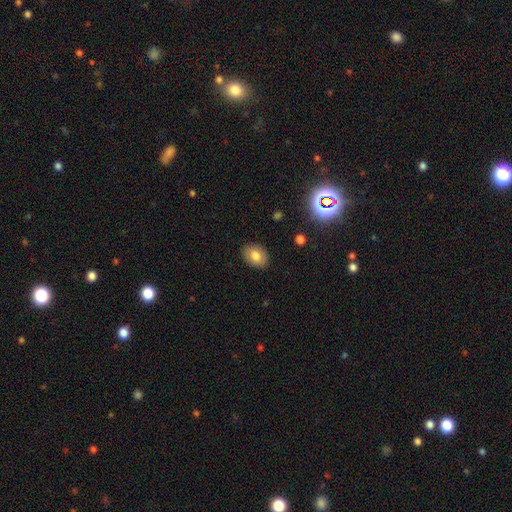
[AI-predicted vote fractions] Morphology: type=smooth (79%); roundness=in between (72%); merging=none (88%).